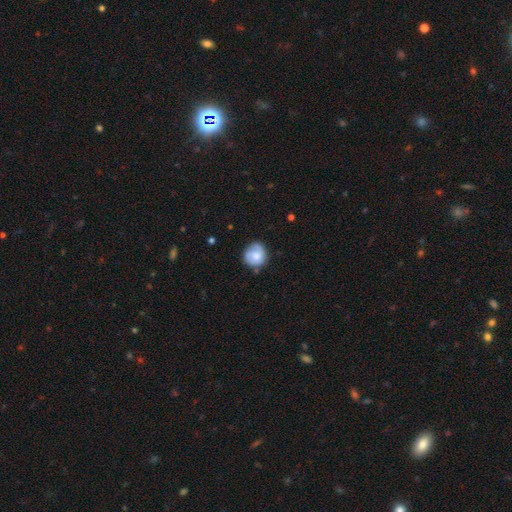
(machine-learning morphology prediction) Smooth or featured?
  - smooth: 65% *
  - featured or disk: 28%
  - star or artifact: 7%
How rounded?
  - round: 87% *
  - in between: 12%
  - cigar-shaped: 1%
Merging?
  - none: 68% *
  - minor disturbance: 24%
  - major disturbance: 6%
  - merger: 3%